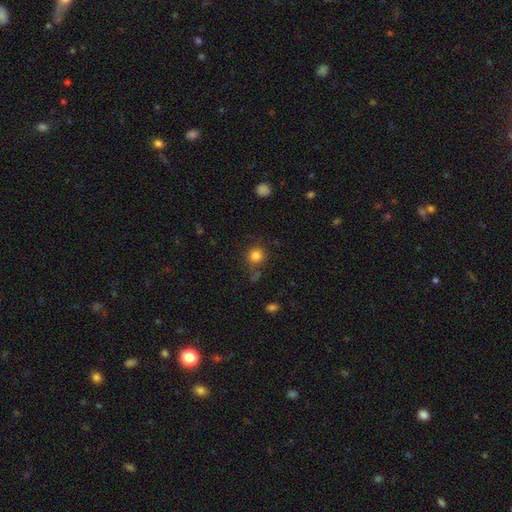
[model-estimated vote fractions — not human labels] Smooth or featured? smooth (82%)
How rounded? round (91%)
Merging? none (77%)